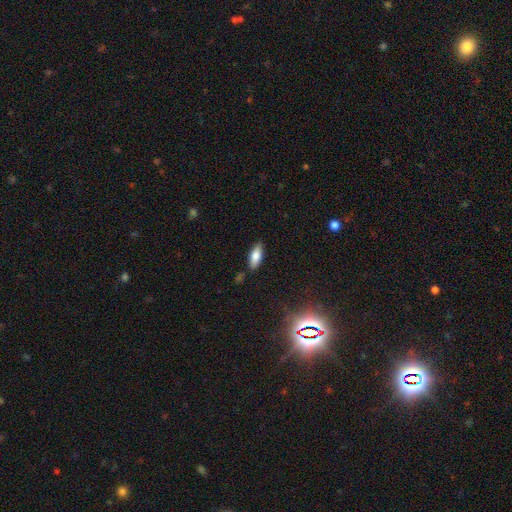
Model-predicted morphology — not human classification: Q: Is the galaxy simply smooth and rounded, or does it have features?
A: smooth — 77%.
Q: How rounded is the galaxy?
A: in between — 75%.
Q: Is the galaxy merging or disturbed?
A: none — 85%.